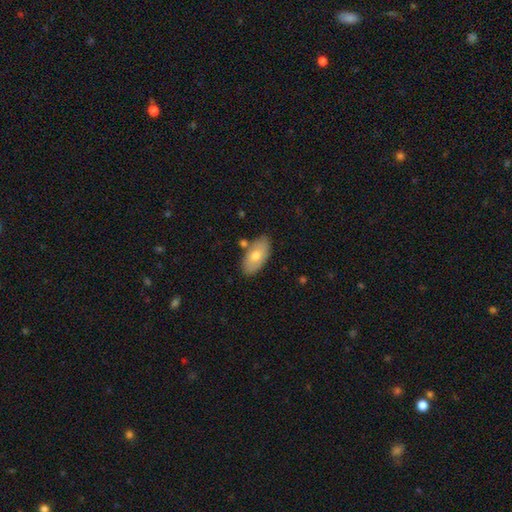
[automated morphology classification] smooth 69%, featured or disk 24%, star or artifact 6%. Down the decision tree: how rounded — in between (93%); merging — none (79%).